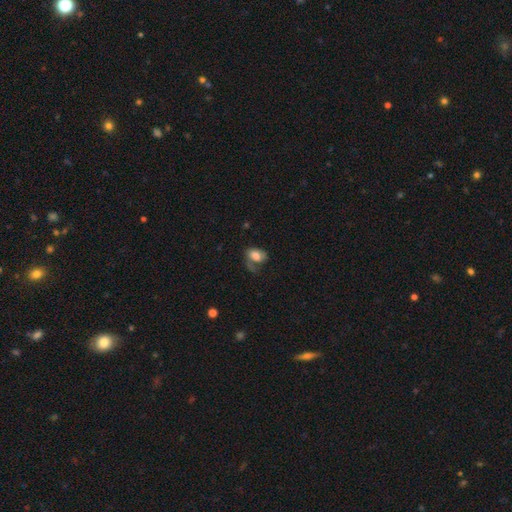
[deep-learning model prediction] smooth_or_featured: smooth (p=0.68) [alt: featured or disk p=0.23]
how_rounded: in between (p=0.81) [alt: round p=0.18]
merging: none (p=0.38) [alt: major disturbance p=0.31]